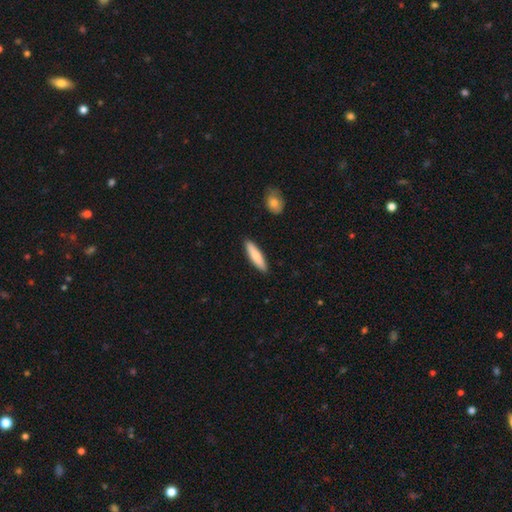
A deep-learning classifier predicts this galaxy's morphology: Overall: smooth (79%). How rounded: cigar-shaped (79%). Merging: none (90%).